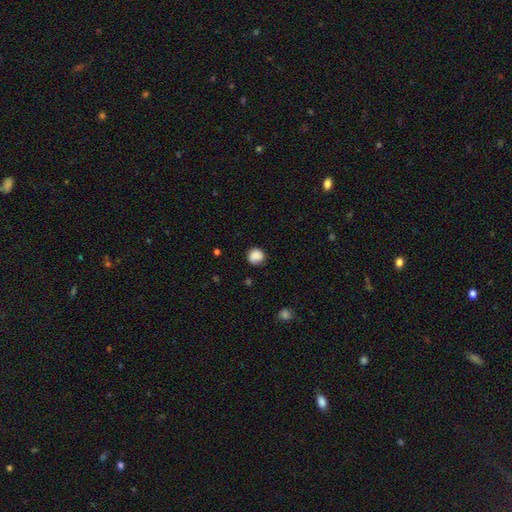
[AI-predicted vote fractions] Smooth or featured? Predicted: smooth (p=0.87). How rounded? Predicted: round (p=0.88). Merging? Predicted: none (p=0.81).